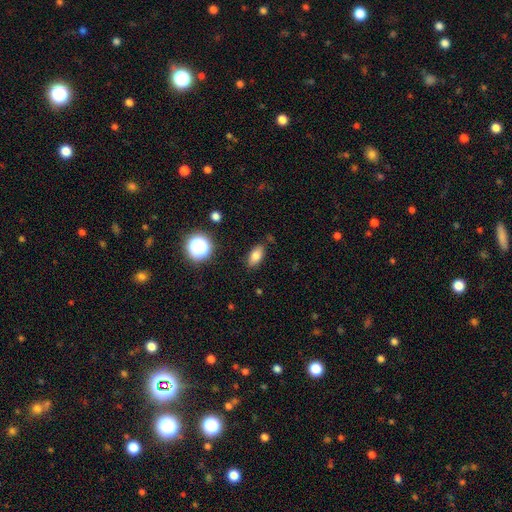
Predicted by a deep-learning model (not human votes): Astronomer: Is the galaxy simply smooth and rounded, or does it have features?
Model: smooth — 78%.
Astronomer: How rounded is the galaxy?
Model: in between — 85%.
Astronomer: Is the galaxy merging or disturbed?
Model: none — 84%.